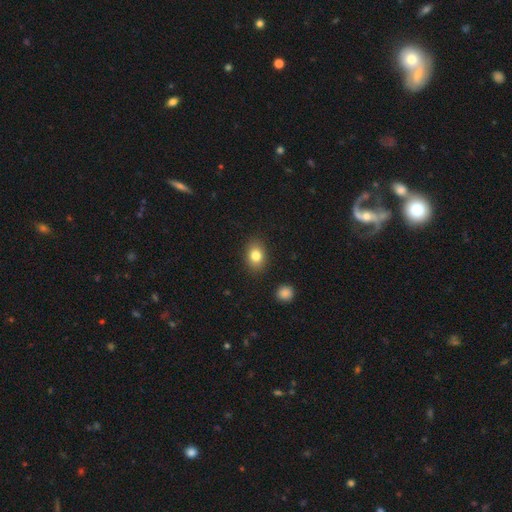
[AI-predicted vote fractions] The model was most divided on "how rounded": in between: 68%, round: 30%, cigar-shaped: 1%. More confident: merging — none (87%); smooth or featured — smooth (81%).